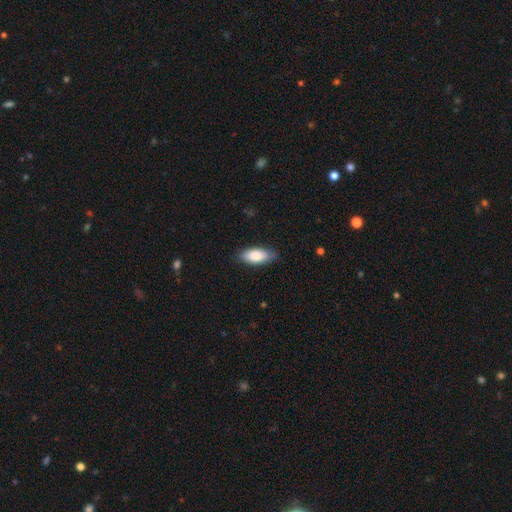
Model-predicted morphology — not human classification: smooth_or_featured: smooth (p=0.81) [alt: featured or disk p=0.13]
how_rounded: in between (p=0.84) [alt: cigar-shaped p=0.14]
merging: none (p=0.83) [alt: minor disturbance p=0.14]